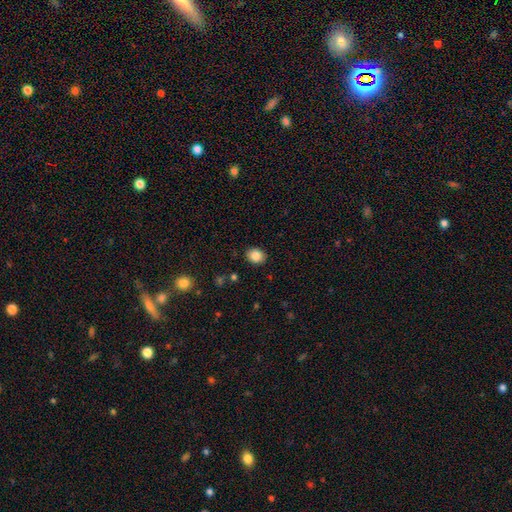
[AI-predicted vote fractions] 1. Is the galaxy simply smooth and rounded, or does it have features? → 84% smooth, 9% star or artifact, 7% featured or disk.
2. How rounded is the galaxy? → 51% round, 48% in between, 1% cigar-shaped.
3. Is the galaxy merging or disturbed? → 89% none, 8% minor disturbance, 2% major disturbance, 1% merger.